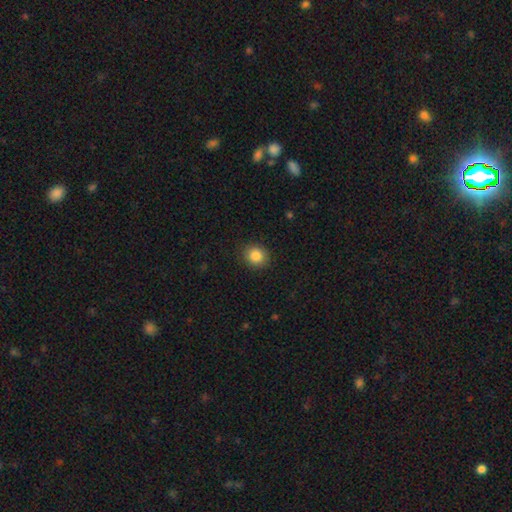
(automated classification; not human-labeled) Morphology: type=smooth (86%); roundness=round (81%); merging=none (90%).